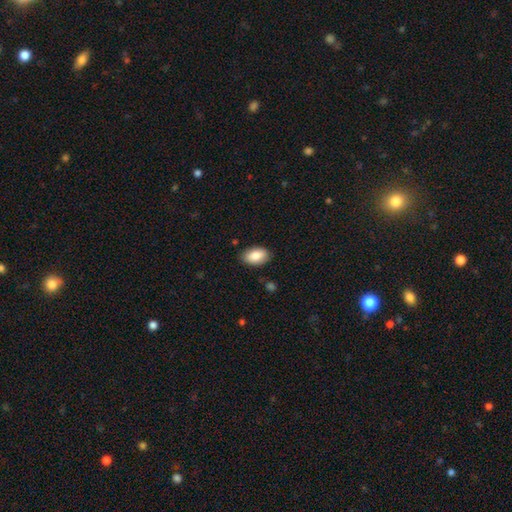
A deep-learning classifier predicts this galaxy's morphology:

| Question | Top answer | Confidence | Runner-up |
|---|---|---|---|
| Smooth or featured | smooth | 84% | featured or disk (10%) |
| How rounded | in between | 92% | round (6%) |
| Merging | none | 86% | minor disturbance (11%) |